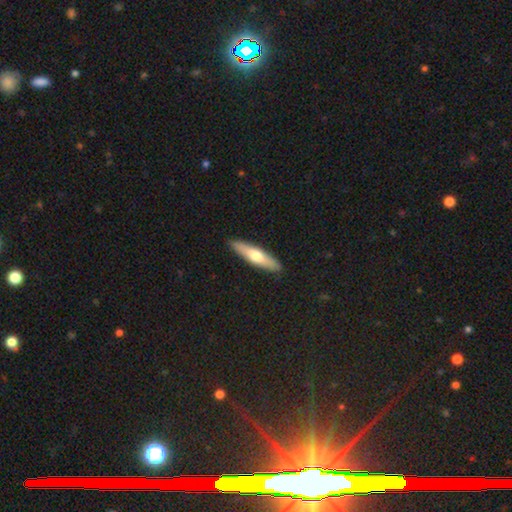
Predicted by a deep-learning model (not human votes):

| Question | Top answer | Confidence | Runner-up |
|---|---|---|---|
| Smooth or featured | smooth | 56% | featured or disk (39%) |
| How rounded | cigar-shaped | 78% | in between (21%) |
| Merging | none | 90% | minor disturbance (7%) |